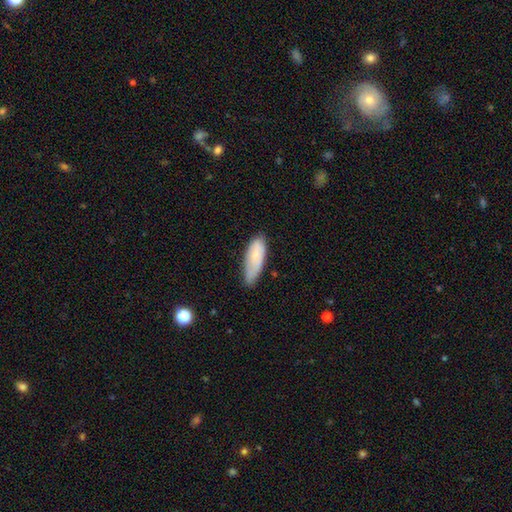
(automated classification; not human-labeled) smooth-or-featured: smooth: 74% | featured or disk: 20% | star or artifact: 6%
  how-rounded: in between: 71% | cigar-shaped: 27% | round: 2%
  merging: none: 55% | minor disturbance: 35% | major disturbance: 7% | merger: 3%